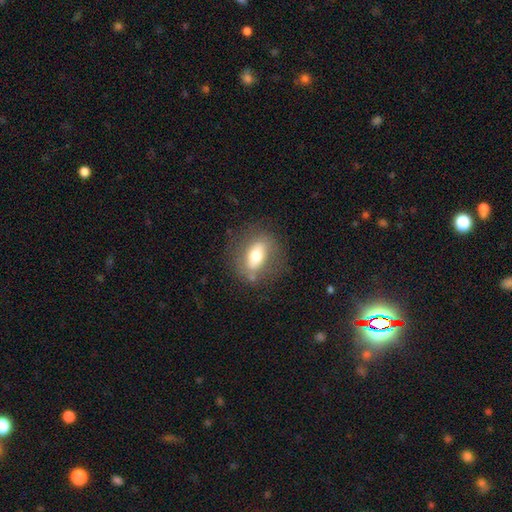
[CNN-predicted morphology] The model was most divided on "smooth or featured": smooth: 55%, featured or disk: 37%, star or artifact: 8%. More confident: how rounded — in between (75%); merging — none (73%).